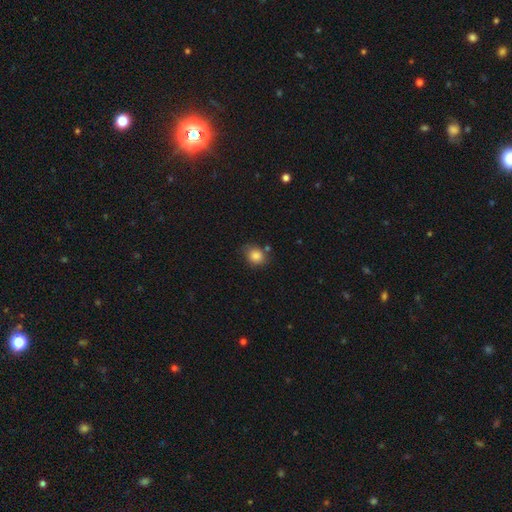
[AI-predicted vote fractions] This is clearly a smooth galaxy (85%). How rounded: likely round (65%). Merging: likely none (72%).